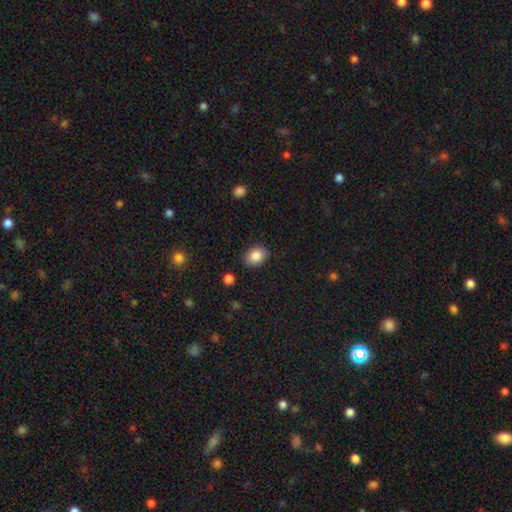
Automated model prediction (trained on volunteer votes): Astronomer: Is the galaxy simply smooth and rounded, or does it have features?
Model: smooth — 87%.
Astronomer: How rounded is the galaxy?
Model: in between — 60% (runner-up: round, 39%).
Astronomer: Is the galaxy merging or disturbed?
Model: none — 84%.